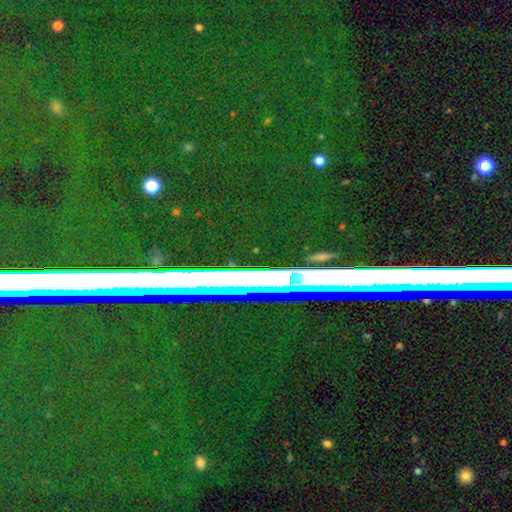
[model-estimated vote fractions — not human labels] smooth-or-featured: star or artifact: 76% | featured or disk: 12% | smooth: 11%